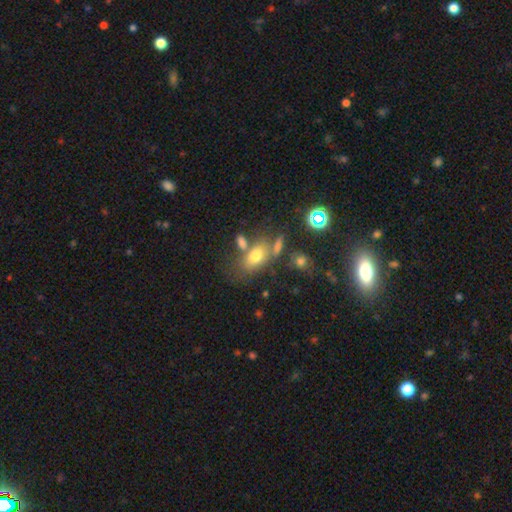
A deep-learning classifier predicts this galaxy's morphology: Smooth or featured? smooth (69%)
How rounded? in between (82%)
Merging? none (53%)